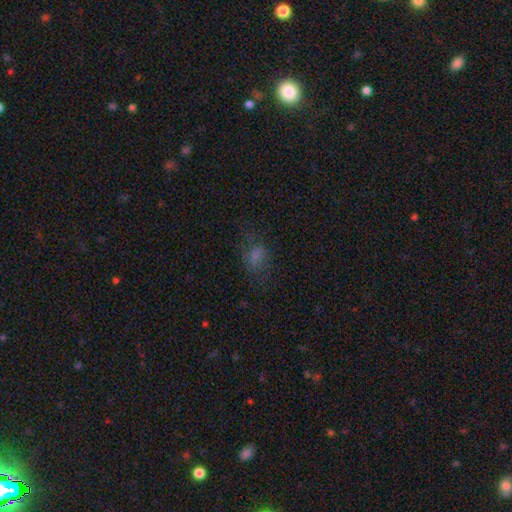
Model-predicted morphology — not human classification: Q: Smooth or featured?
A: smooth (60%); runner-up: star or artifact (22%)
Q: How rounded?
A: in between (70%); runner-up: round (26%)
Q: Merging?
A: none (59%); runner-up: minor disturbance (21%)